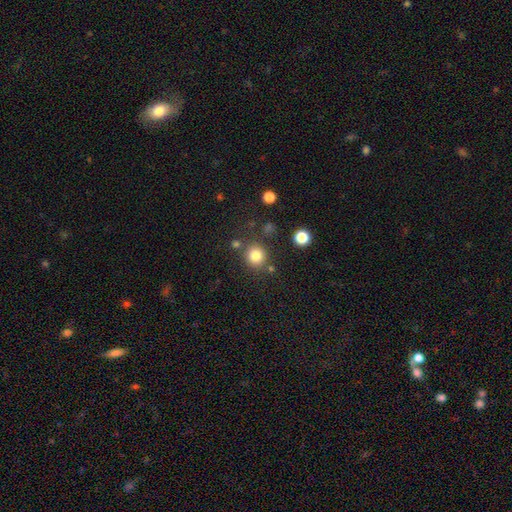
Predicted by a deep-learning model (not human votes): This is clearly a smooth galaxy (81%). How rounded: clearly round (91%). Merging: clearly none (82%).